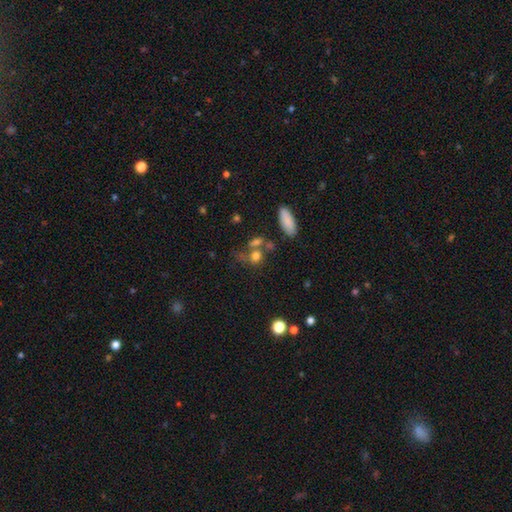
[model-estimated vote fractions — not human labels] A smooth galaxy with no disk features (72%) that is round (66%). Merging: none (45%).